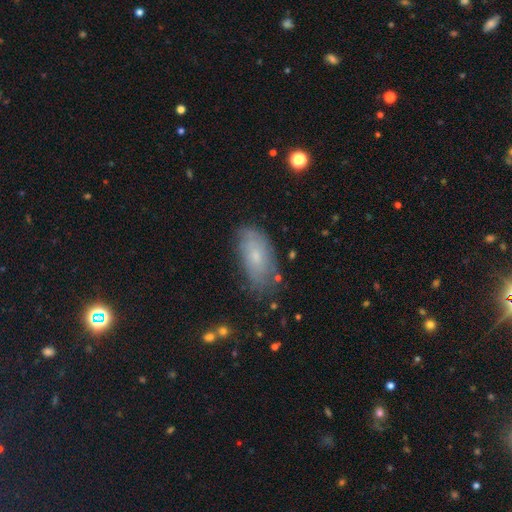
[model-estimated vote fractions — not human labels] smooth-or-featured: smooth: 56% | featured or disk: 35% | star or artifact: 9%
  how-rounded: in between: 90% | cigar-shaped: 7% | round: 4%
  merging: none: 68% | minor disturbance: 23% | major disturbance: 6% | merger: 2%